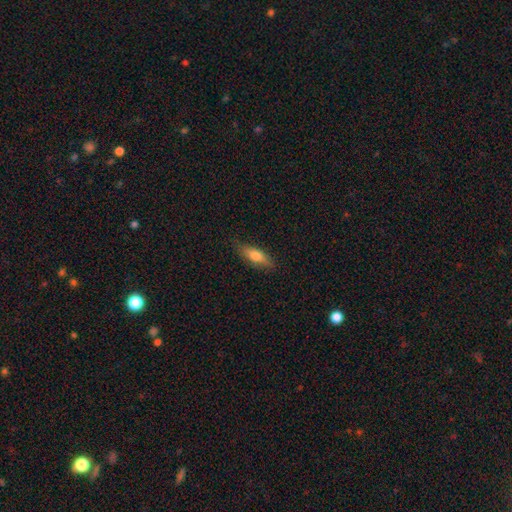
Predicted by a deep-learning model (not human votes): Q: Smooth or featured?
A: smooth (68%); runner-up: featured or disk (26%)
Q: How rounded?
A: in between (52%); runner-up: cigar-shaped (45%)
Q: Merging?
A: none (82%); runner-up: minor disturbance (14%)